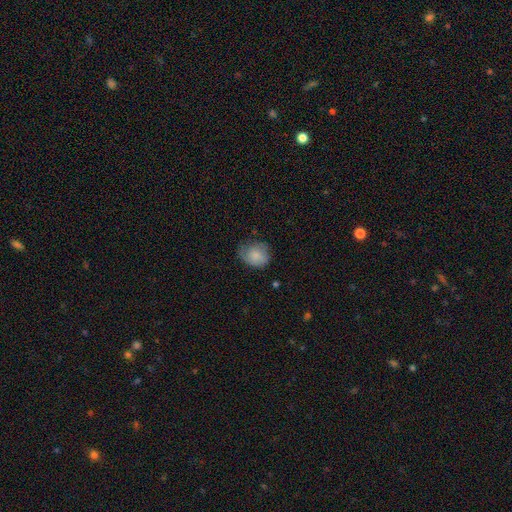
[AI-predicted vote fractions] smooth 75%, featured or disk 17%, star or artifact 7%. Down the decision tree: how rounded — round (57%); merging — none (56%).